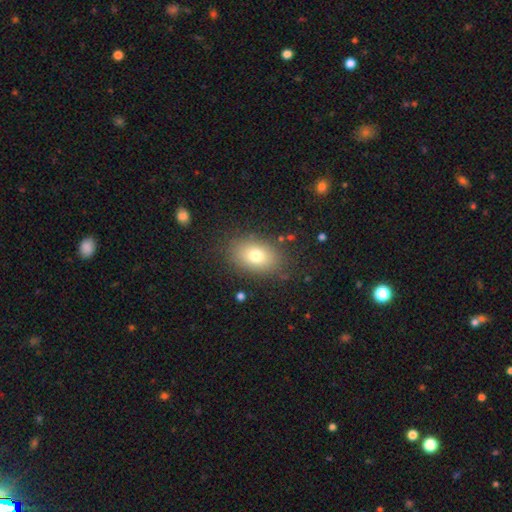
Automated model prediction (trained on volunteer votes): This appears to be a smooth galaxy with no disk features (76%) that is in between round and cigar-shaped (81%). Merging: none (84%).